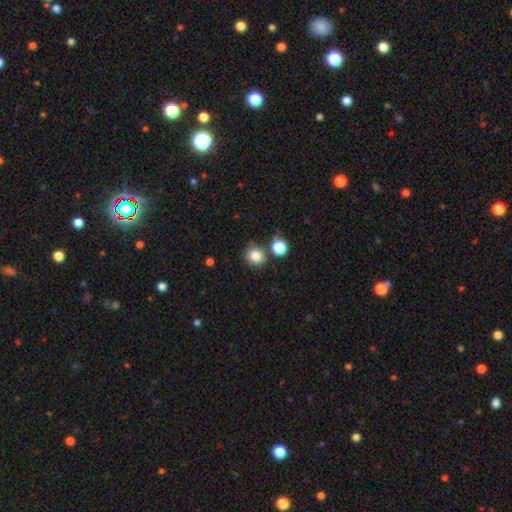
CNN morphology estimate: A smooth galaxy with no disk features (84%) that is round (89%). Merging: none (75%).